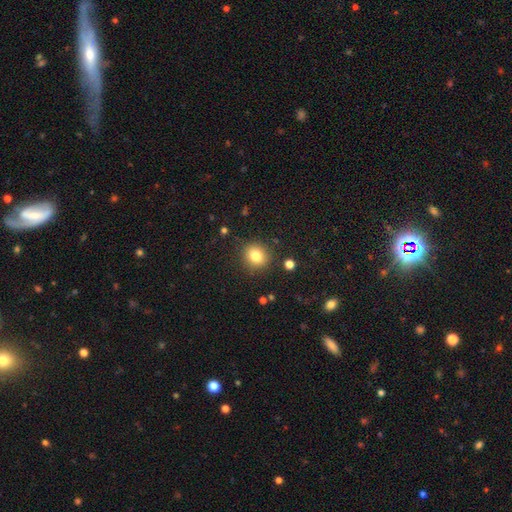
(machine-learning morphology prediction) This is clearly a smooth galaxy (82%). How rounded: likely round (80%). Merging: clearly none (87%).